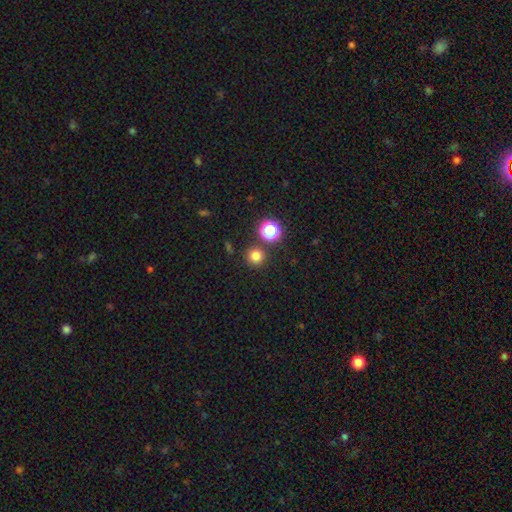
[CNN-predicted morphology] Overall: smooth (77%). How rounded: round (94%). Merging: none (86%).